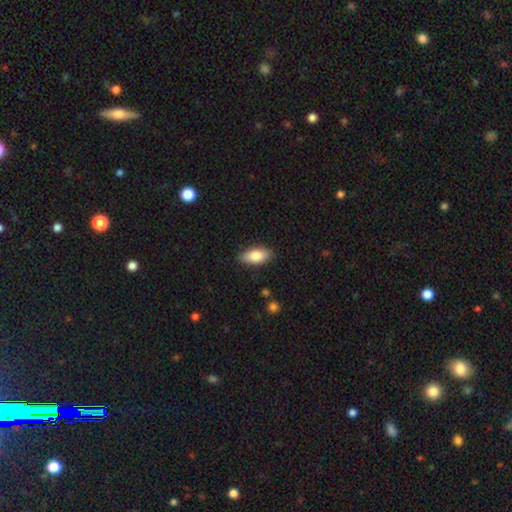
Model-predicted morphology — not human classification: type=smooth (81%); roundness=in between (86%); merging=none (85%).